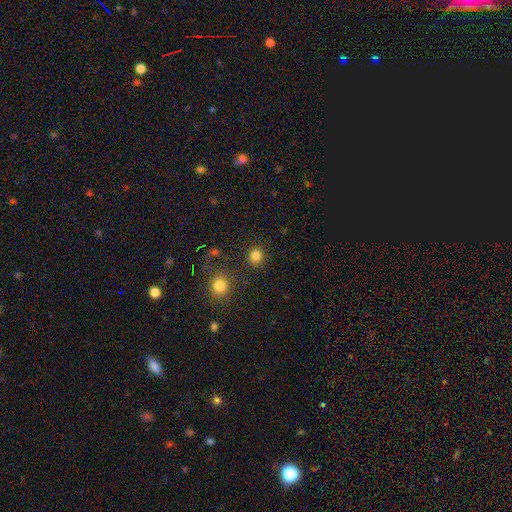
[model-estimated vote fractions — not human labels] Morphology: type=smooth (82%); roundness=round (92%); merging=none (88%).